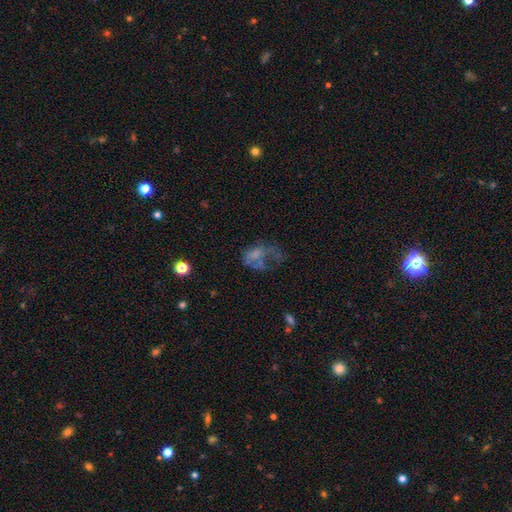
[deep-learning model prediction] Q: Smooth or featured?
A: smooth (43%); runner-up: featured or disk (41%)
Q: Merging?
A: major disturbance (49%); runner-up: none (22%)